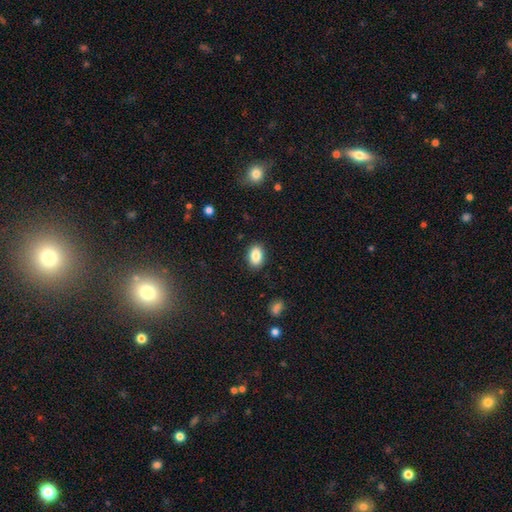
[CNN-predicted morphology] Q: Smooth or featured?
A: smooth (87%); runner-up: star or artifact (8%)
Q: How rounded?
A: in between (83%); runner-up: round (15%)
Q: Merging?
A: none (88%); runner-up: minor disturbance (9%)